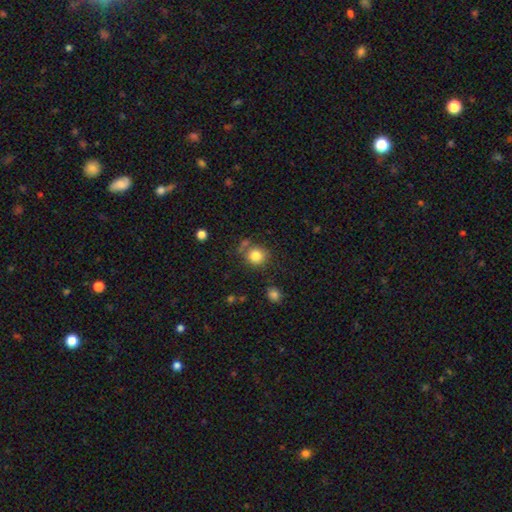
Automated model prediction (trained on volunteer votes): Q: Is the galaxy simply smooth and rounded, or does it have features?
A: smooth — 83%.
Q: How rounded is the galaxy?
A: round — 85%.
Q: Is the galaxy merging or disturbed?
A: none — 70%.